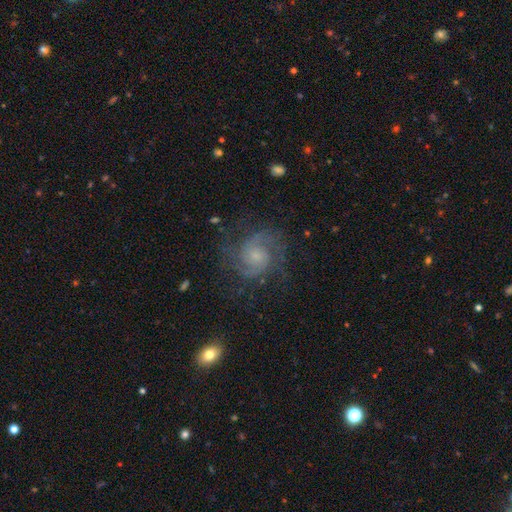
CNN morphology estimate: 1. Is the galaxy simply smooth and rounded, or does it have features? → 83% featured or disk, 9% smooth, 8% star or artifact.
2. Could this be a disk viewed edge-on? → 98% no, 2% yes.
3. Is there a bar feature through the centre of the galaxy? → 66% no, 30% weak, 4% strong.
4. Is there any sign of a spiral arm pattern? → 97% yes, 3% no.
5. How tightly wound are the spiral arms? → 48% medium, 41% tight, 11% loose.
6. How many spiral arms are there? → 68% 2, 12% can't tell, 11% 3, 3% 4, 3% 1, 3% more than 4.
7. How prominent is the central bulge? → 61% small, 25% moderate, 9% none, 3% large, 1% dominant.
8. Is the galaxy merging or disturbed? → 73% none, 15% minor disturbance, 10% major disturbance, 1% merger.